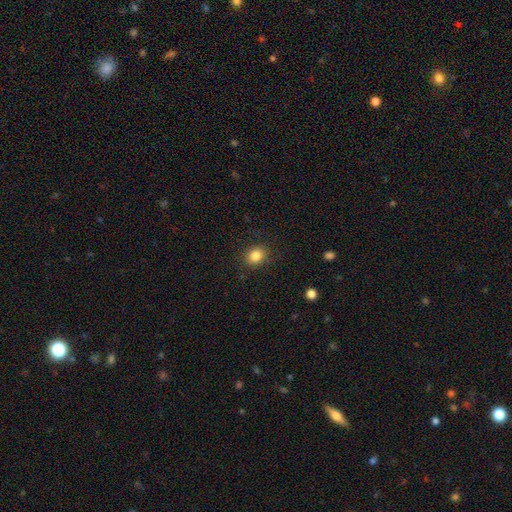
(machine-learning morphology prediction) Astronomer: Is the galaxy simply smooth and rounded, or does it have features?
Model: smooth — 84%.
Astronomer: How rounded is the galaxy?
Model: round — 58% (runner-up: in between, 41%).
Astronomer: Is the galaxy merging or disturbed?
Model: none — 87%.